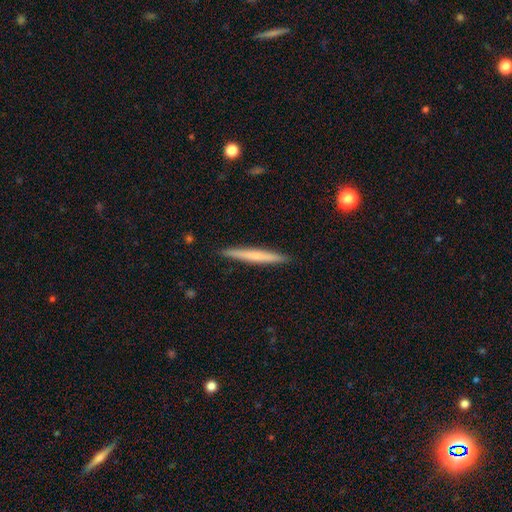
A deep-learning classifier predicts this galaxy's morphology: The model was most divided on "smooth or featured": smooth: 58%, featured or disk: 36%, star or artifact: 6%. More confident: how rounded — cigar-shaped (97%); merging — none (92%).